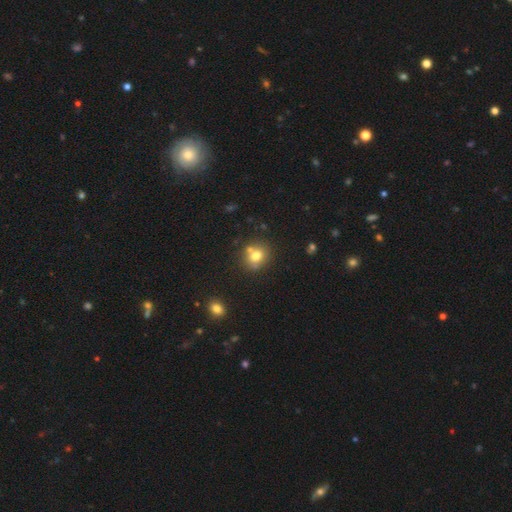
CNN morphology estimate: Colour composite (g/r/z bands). It shows a smooth galaxy with no disk features (74%) that is round (71%). Merging: none (62%).